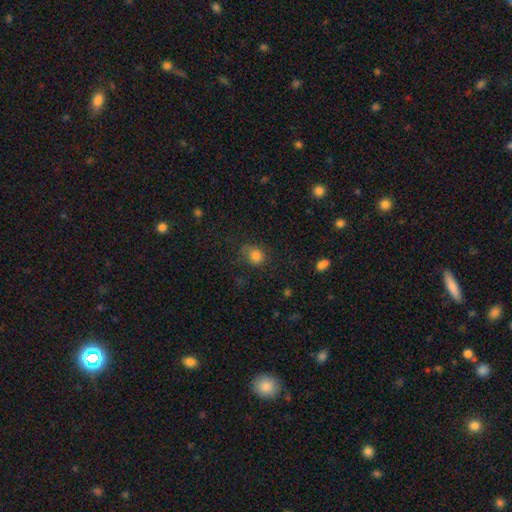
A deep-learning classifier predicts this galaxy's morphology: This appears to be a smooth galaxy with no disk features (81%) that is round (65%). Merging: none (63%).